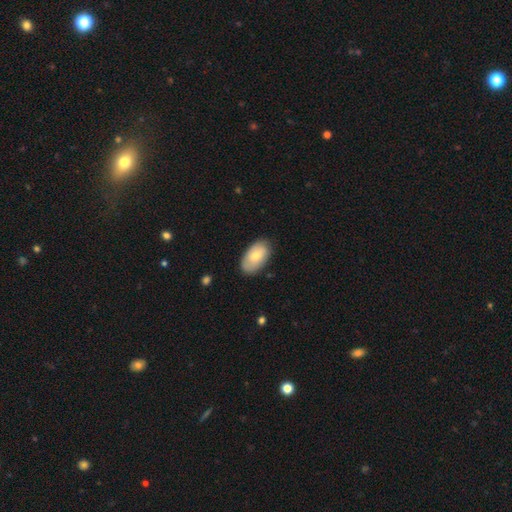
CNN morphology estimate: Overall: smooth (77%). How rounded: in between (95%). Merging: none (82%).